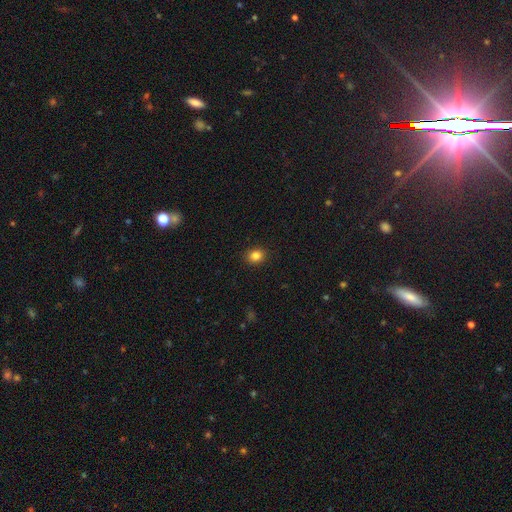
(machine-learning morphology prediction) smooth-or-featured: smooth: 84% | star or artifact: 11% | featured or disk: 4%
  how-rounded: round: 70% | in between: 29% | cigar-shaped: 1%
  merging: none: 91% | minor disturbance: 6% | major disturbance: 2% | merger: 1%